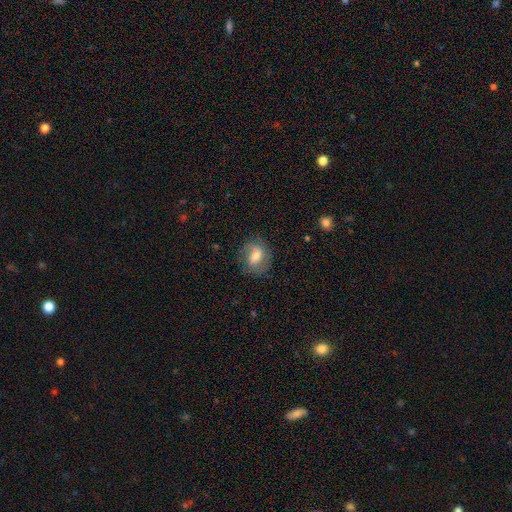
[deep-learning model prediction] Smooth or featured: smooth — 47% (featured or disk — 45%)
Merging: none — 69% (minor disturbance — 20%)